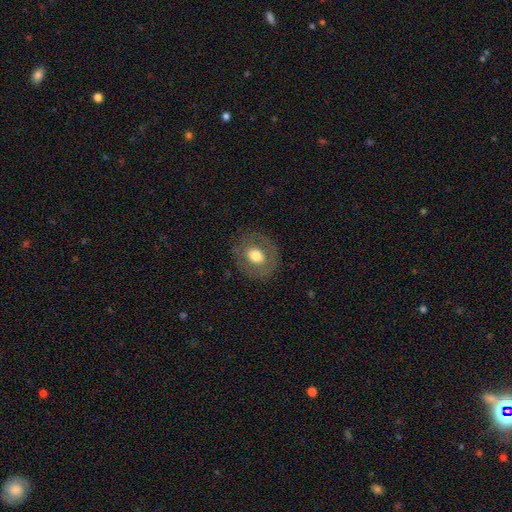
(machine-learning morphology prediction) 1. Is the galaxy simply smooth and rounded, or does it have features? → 62% smooth, 30% featured or disk, 8% star or artifact.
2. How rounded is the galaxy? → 67% round, 32% in between, 1% cigar-shaped.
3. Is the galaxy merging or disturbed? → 81% none, 12% minor disturbance, 6% major disturbance, 1% merger.